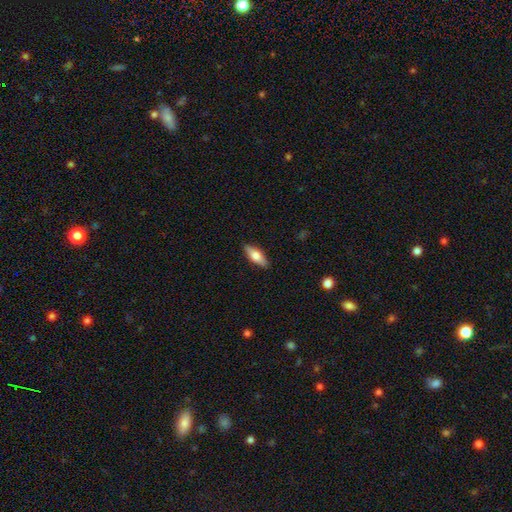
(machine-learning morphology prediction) Overall: smooth (63%; featured or disk 31%). How rounded: in between (68%; cigar-shaped 29%). Merging: none (87%).